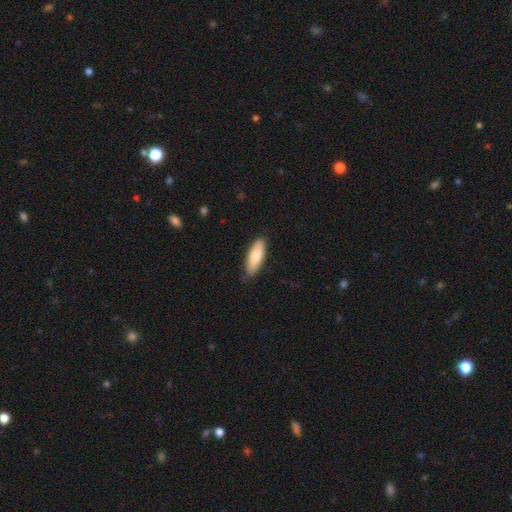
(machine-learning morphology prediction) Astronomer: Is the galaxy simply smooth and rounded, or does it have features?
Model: smooth — 82%.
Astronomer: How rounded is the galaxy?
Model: in between — 66%.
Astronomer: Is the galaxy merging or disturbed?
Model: none — 81%.